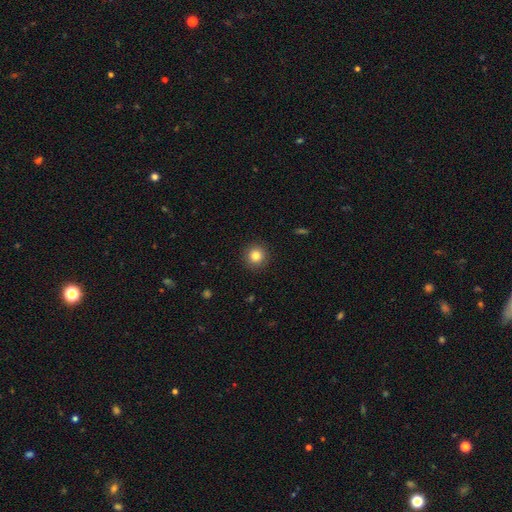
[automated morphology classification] This appears to be a smooth galaxy with no disk features (83%) that is round (94%). Merging: none (92%).